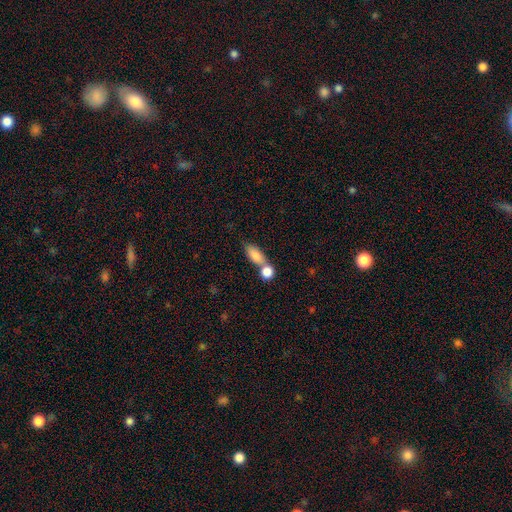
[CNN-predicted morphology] smooth-or-featured: smooth: 83% | featured or disk: 10% | star or artifact: 7%
  how-rounded: in between: 74% | cigar-shaped: 17% | round: 9%
  merging: merger: 47% | none: 39% | minor disturbance: 10% | major disturbance: 5%